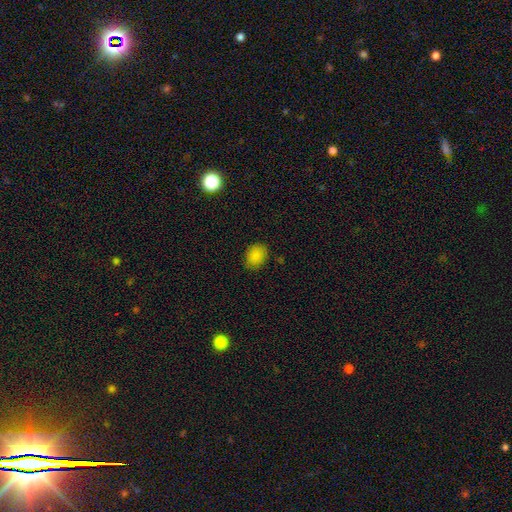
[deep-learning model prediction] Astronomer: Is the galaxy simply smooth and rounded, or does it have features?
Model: smooth — 85%.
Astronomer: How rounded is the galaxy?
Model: in between — 65%.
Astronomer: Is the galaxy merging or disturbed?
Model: none — 83%.